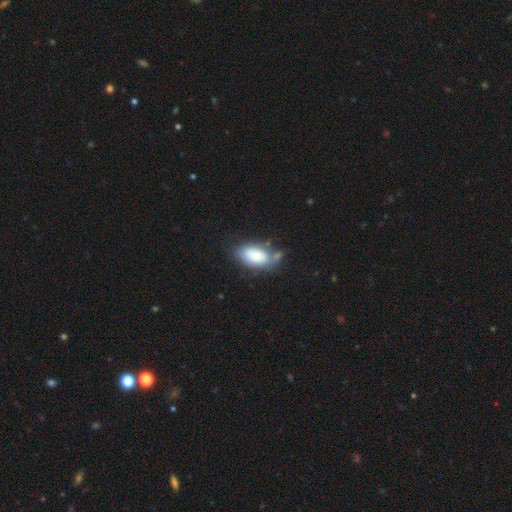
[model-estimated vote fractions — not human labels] smooth-or-featured: smooth: 79% | featured or disk: 14% | star or artifact: 7%
  how-rounded: in between: 93% | round: 4% | cigar-shaped: 3%
  merging: none: 50% | minor disturbance: 26% | merger: 14% | major disturbance: 10%